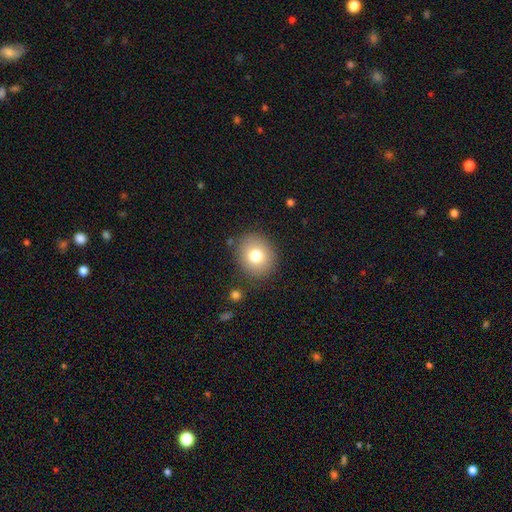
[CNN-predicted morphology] A smooth galaxy with no disk features (76%) that is round (78%). Merging: none (86%).